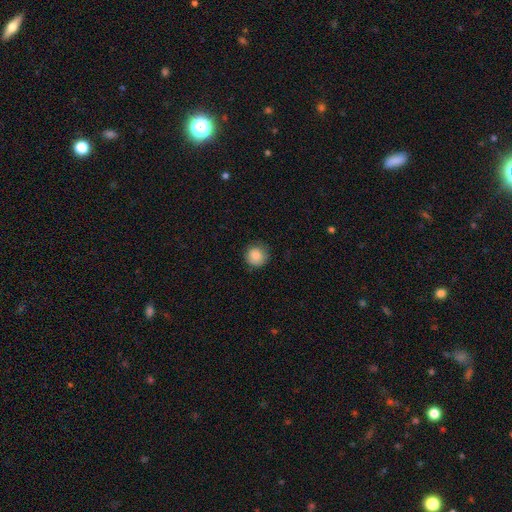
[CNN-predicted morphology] The model was most divided on "merging": none: 78%, minor disturbance: 17%, major disturbance: 4%, merger: 1%. More confident: how rounded — round (92%); smooth or featured — smooth (85%).